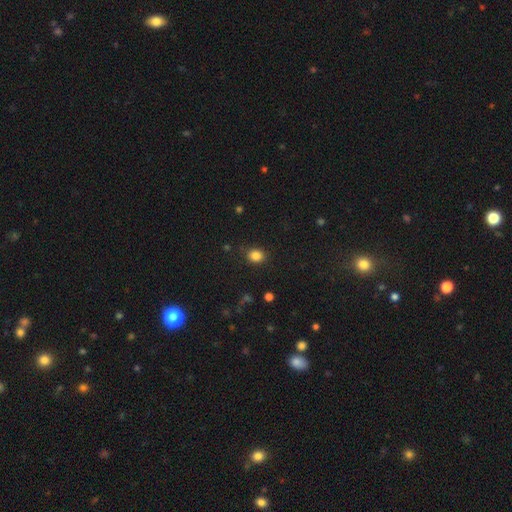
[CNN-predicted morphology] Smooth or featured?
  - smooth: 84% *
  - star or artifact: 11%
  - featured or disk: 4%
How rounded?
  - round: 58% *
  - in between: 41%
  - cigar-shaped: 1%
Merging?
  - none: 82% *
  - minor disturbance: 13%
  - major disturbance: 3%
  - merger: 1%